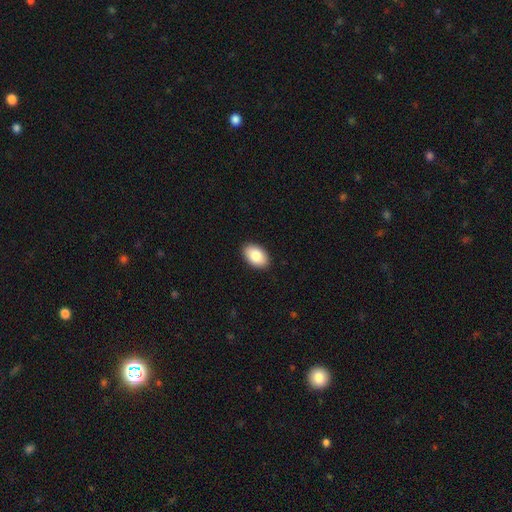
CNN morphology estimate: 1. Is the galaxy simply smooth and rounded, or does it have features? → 85% smooth, 8% featured or disk, 6% star or artifact.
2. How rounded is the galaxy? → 93% in between, 6% round, 1% cigar-shaped.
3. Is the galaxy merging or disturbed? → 90% none, 7% minor disturbance, 2% major disturbance, 1% merger.